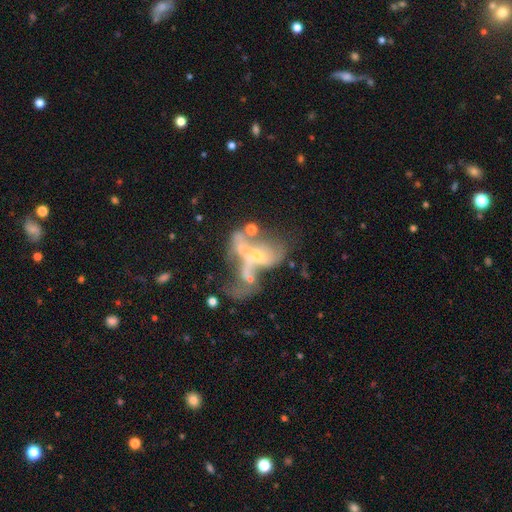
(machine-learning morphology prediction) The model was most divided on "bulge size": small: 41%, moderate: 35%, none: 18%, large: 3%, dominant: 2%. Remaining: edge-on disk — no (93%); bar — no (71%); spiral arms — no (69%); smooth or featured — featured or disk (65%); merging — merger (46%).